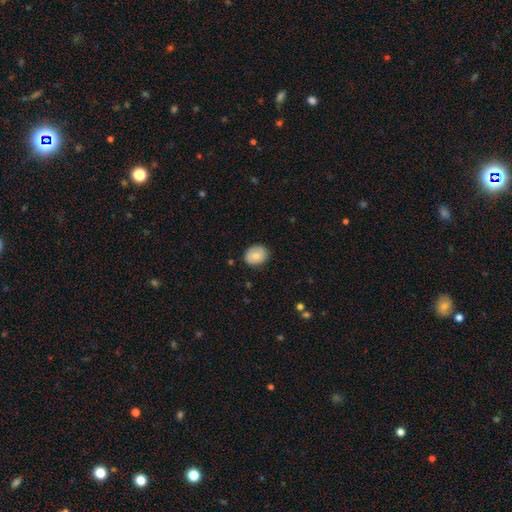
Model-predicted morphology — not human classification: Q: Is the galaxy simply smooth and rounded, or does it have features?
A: smooth — 77%.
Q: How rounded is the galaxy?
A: round — 54%.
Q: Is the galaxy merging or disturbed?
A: none — 84%.